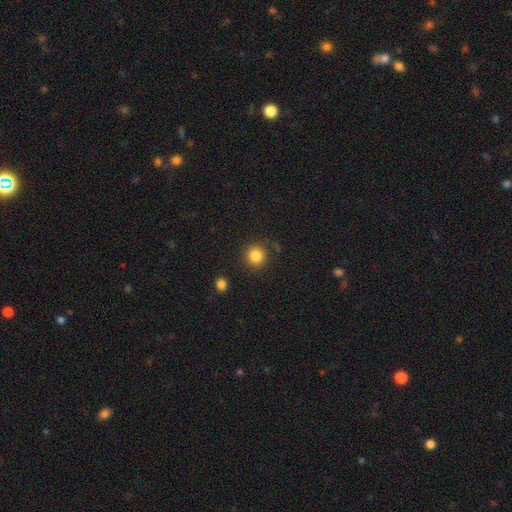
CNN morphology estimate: smooth 85%, star or artifact 11%, featured or disk 5%. Down the decision tree: how rounded — round (92%); merging — none (85%).